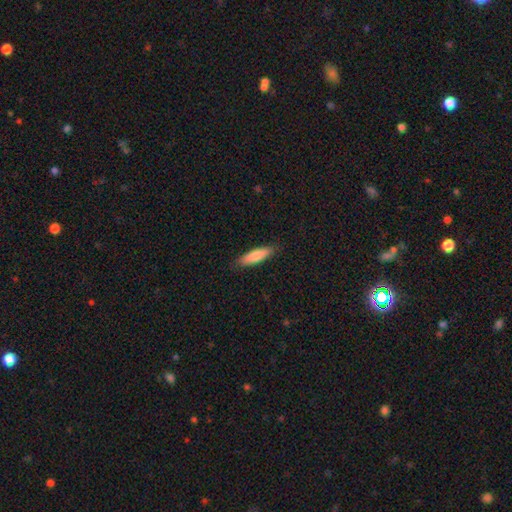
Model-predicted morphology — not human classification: Smooth or featured? Predicted: smooth (p=0.84). How rounded? Predicted: cigar-shaped (p=0.62). Merging? Predicted: none (p=0.87).